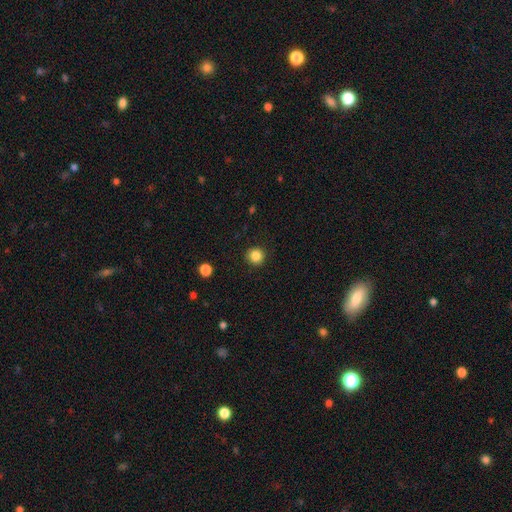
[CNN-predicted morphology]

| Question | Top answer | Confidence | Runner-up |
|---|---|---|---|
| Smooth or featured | smooth | 86% | star or artifact (11%) |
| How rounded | round | 93% | in between (6%) |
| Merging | none | 91% | minor disturbance (6%) |